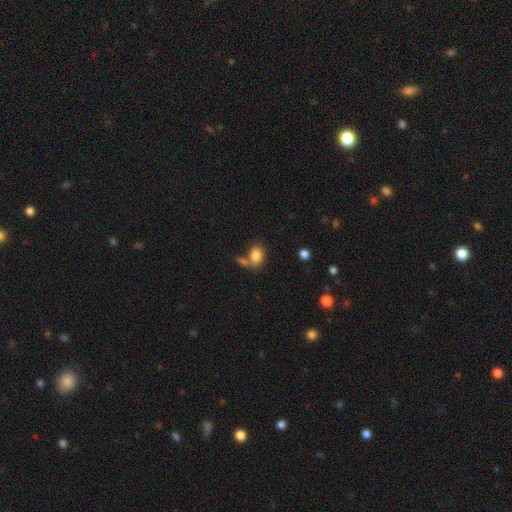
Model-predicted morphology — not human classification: smooth-or-featured: smooth: 84% | star or artifact: 9% | featured or disk: 7%
  how-rounded: in between: 66% | round: 32% | cigar-shaped: 1%
  merging: none: 46% | merger: 33% | minor disturbance: 13% | major disturbance: 8%